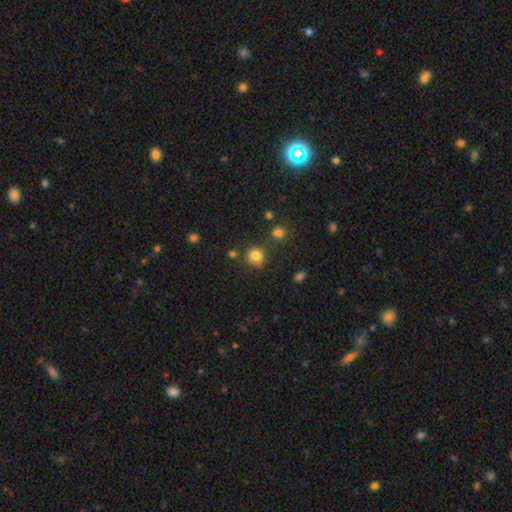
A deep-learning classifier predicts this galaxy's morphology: smooth_or_featured: smooth (p=0.82) [alt: star or artifact p=0.13]
how_rounded: round (p=0.88) [alt: in between p=0.11]
merging: none (p=0.75) [alt: minor disturbance p=0.14]